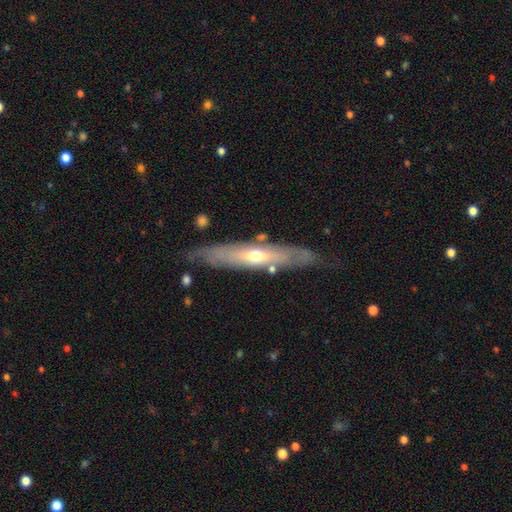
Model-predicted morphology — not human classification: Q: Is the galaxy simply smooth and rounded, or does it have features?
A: featured or disk — 66%.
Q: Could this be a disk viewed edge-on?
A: yes — 61%.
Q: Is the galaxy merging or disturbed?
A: none — 76%.